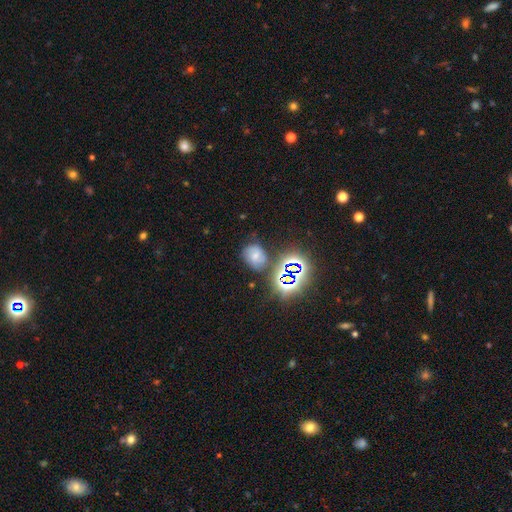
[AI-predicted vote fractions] smooth-or-featured: smooth: 40% | featured or disk: 32% | star or artifact: 28%
  merging: none: 64% | minor disturbance: 21% | major disturbance: 8% | merger: 8%